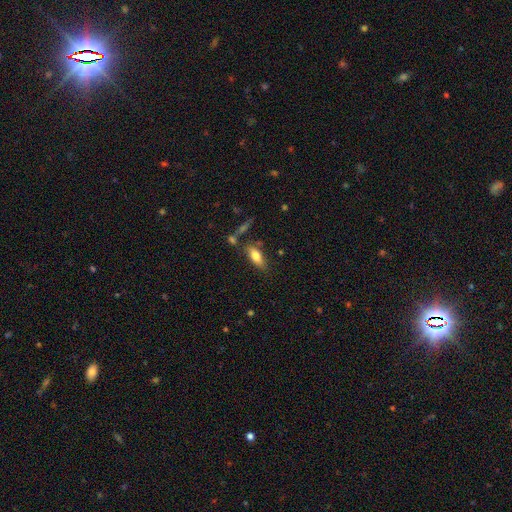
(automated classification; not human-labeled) smooth_or_featured: smooth (p=0.75) [alt: featured or disk p=0.17]
how_rounded: in between (p=0.80) [alt: cigar-shaped p=0.17]
merging: none (p=0.68) [alt: minor disturbance p=0.16]